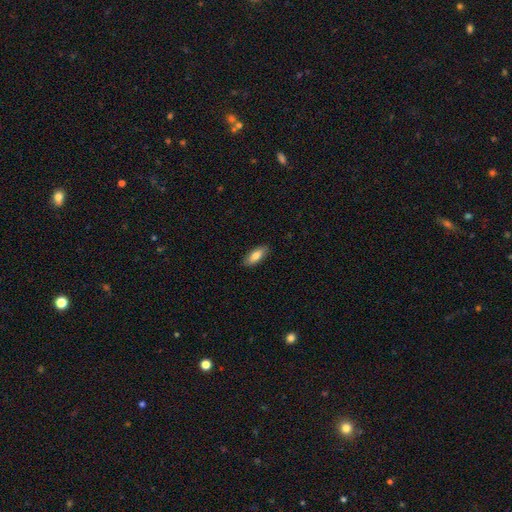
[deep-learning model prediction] Morphology: type=smooth (78%); roundness=in between (80%); merging=none (88%).